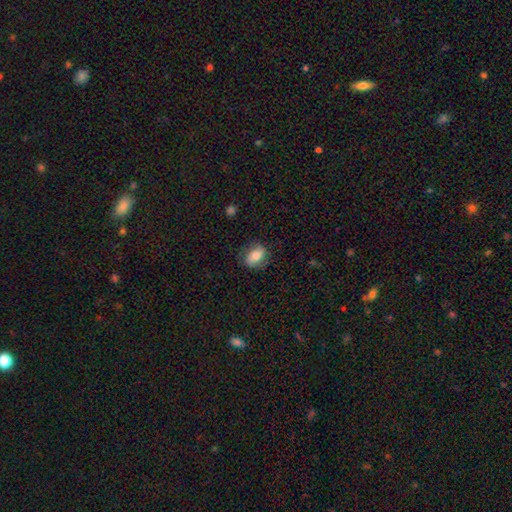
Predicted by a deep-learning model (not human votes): This appears to be a smooth galaxy with no disk features (74%) that is in between round and cigar-shaped (78%). Merging: none (77%).